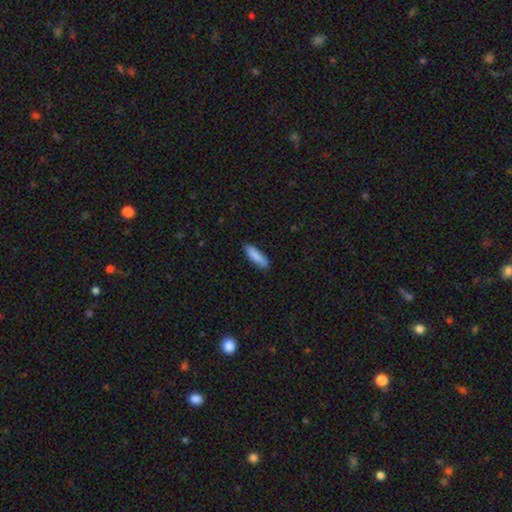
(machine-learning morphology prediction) smooth 87%, featured or disk 7%, star or artifact 6%. Down the decision tree: how rounded — cigar-shaped (67%); merging — none (87%).